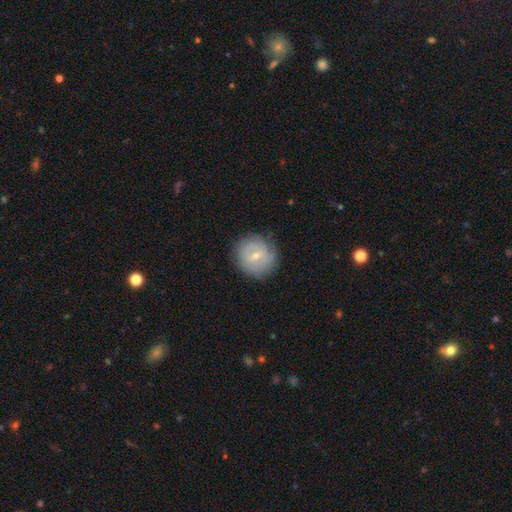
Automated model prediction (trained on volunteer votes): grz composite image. It shows a featured or disk galaxy (47%). Merging: none (79%).